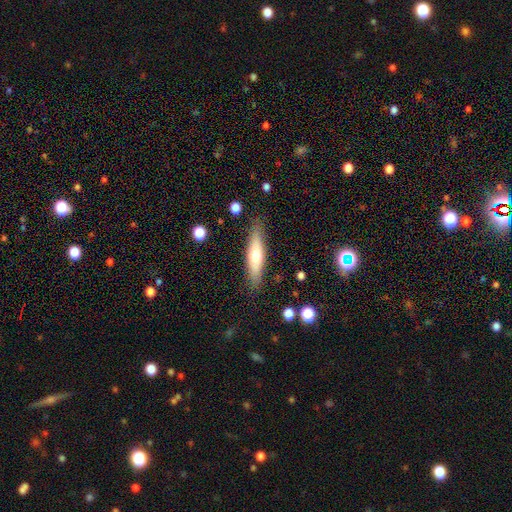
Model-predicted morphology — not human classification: smooth 53%, featured or disk 41%, star or artifact 6%. Down the decision tree: how rounded — cigar-shaped (68%); merging — none (85%).